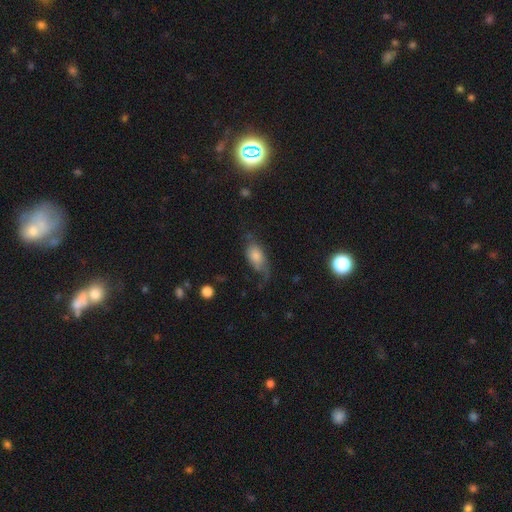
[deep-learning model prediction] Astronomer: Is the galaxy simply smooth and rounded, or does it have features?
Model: smooth — 52% (runner-up: featured or disk, 36%).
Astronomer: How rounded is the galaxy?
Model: in between — 84%.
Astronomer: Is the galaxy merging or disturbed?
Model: none — 43% (runner-up: minor disturbance, 29%).